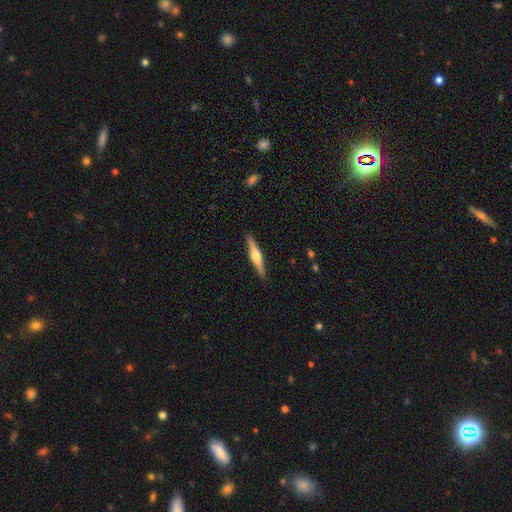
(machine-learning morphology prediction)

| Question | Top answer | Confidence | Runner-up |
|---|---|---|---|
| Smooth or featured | featured or disk | 63% | smooth (31%) |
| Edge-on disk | yes | 97% | no (3%) |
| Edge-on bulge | rounded | 91% | boxy (5%) |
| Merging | none | 90% | minor disturbance (7%) |